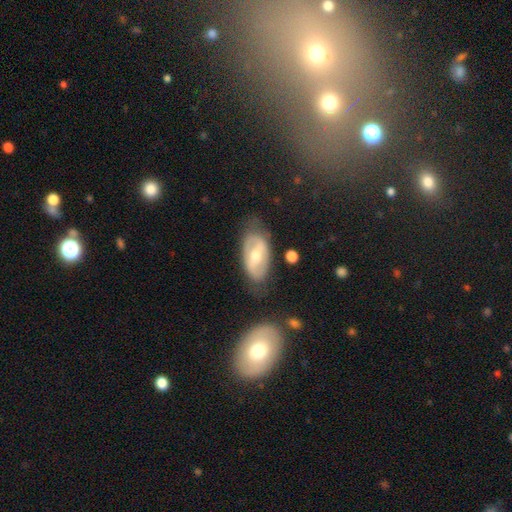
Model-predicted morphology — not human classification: A featured or disk galaxy (62%) with a weak bar (38%), no spiral arms (56%) and a moderate central bulge (70%).

Vote fractions:
- Smooth or featured? featured or disk: 62% / smooth: 33% / star or artifact: 6%
- Edge-on disk? no: 91% / yes: 9%
- Bar? weak: 38% / strong: 33% / no: 28%
- Spiral arms? no: 56% / yes: 44%
- Bulge size? moderate: 70% / small: 23% / large: 6% / none: 1% / dominant: 1%
- Merging? none: 68% / minor disturbance: 21% / major disturbance: 8% / merger: 3%